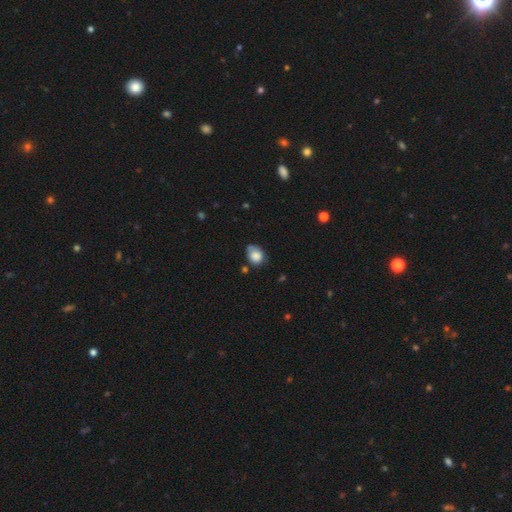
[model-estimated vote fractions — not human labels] This appears to be a smooth galaxy with no disk features (82%) that is round (55%). Merging: none (50%).